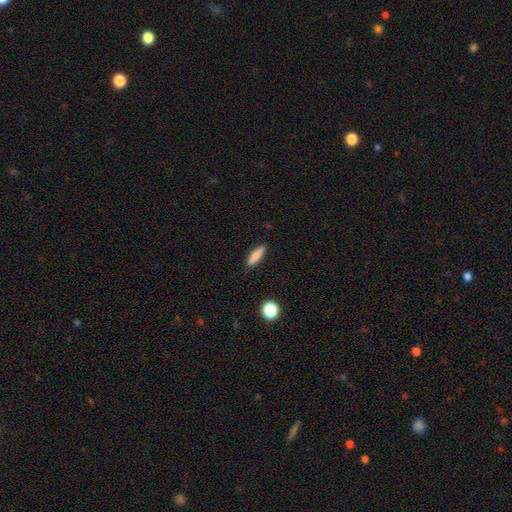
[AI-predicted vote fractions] The model was most divided on "how rounded": cigar-shaped: 63%, in between: 34%, round: 3%. More confident: merging — none (87%); smooth or featured — smooth (81%).